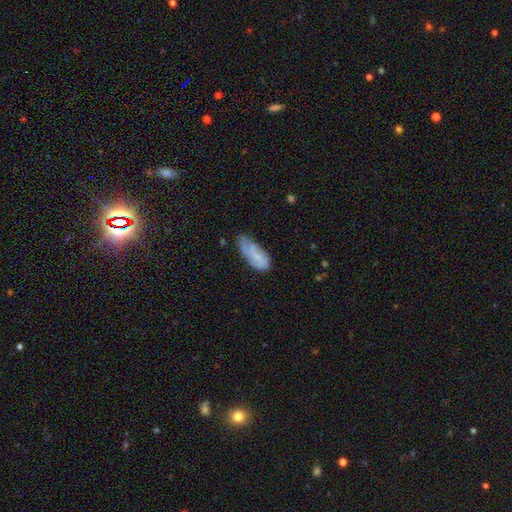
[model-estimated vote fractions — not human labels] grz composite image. It shows a smooth galaxy with no disk features (47%). Merging: none (41%).